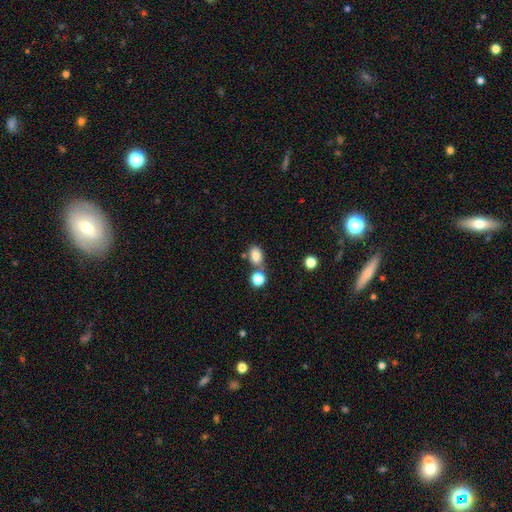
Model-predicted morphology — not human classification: This is clearly a smooth galaxy (81%). How rounded: likely in between (66%). Merging: likely none (62%).